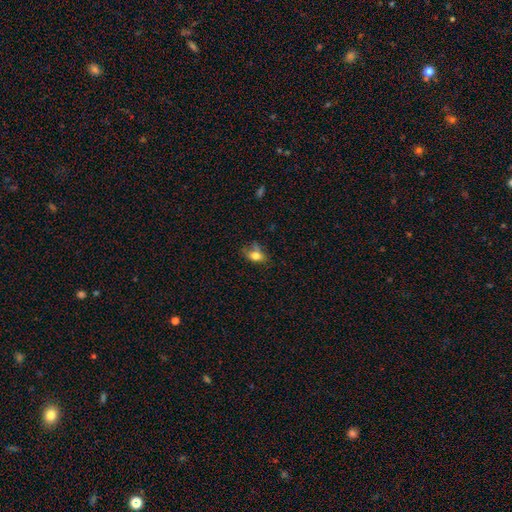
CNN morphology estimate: This appears to be a smooth galaxy with no disk features (74%) that is in between round and cigar-shaped (76%). Merging: none (45%).